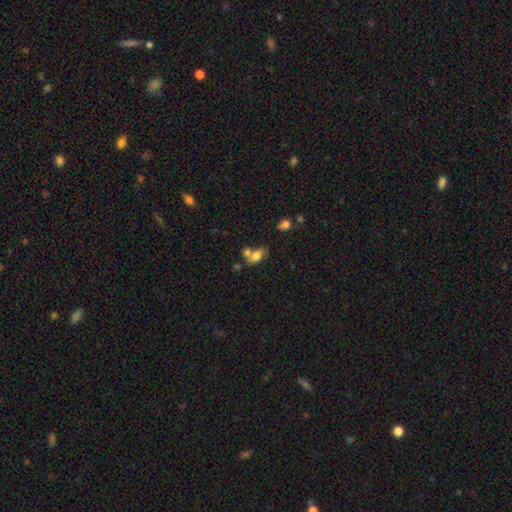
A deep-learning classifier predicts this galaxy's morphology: smooth_or_featured: smooth (p=0.71) [alt: featured or disk p=0.19]
how_rounded: in between (p=0.84) [alt: round p=0.09]
merging: none (p=0.40) [alt: merger p=0.39]